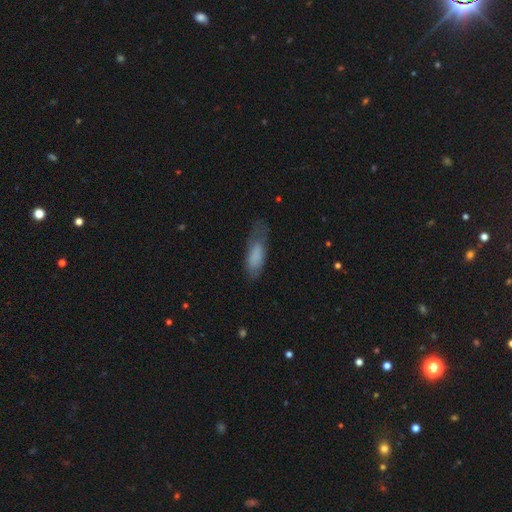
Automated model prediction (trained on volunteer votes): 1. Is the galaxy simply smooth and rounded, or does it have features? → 75% smooth, 17% featured or disk, 8% star or artifact.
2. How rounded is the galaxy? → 64% in between, 35% cigar-shaped, 2% round.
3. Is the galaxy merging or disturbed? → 53% none, 30% minor disturbance, 16% major disturbance, 2% merger.